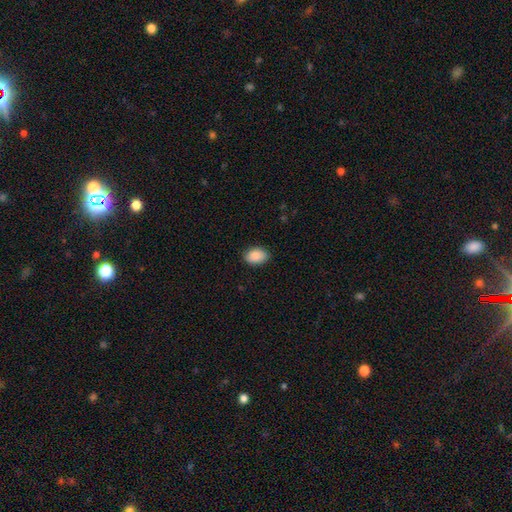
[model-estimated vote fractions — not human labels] Smooth or featured? smooth (89%)
How rounded? in between (87%)
Merging? none (86%)